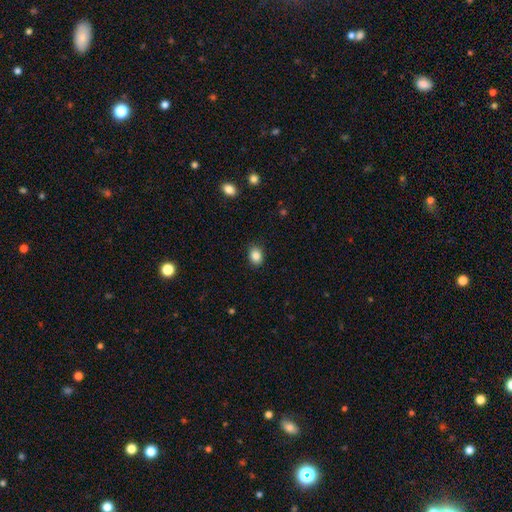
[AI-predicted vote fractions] Smooth or featured: smooth — 87% (star or artifact — 9%)
How rounded: in between — 61% (round — 38%)
Merging: none — 87% (minor disturbance — 10%)